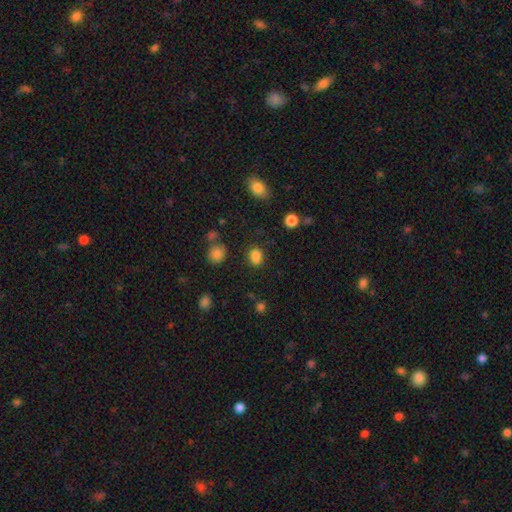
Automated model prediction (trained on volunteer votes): Smooth or featured? Predicted: smooth (p=0.79). How rounded? Predicted: in between (p=0.52). Merging? Predicted: none (p=0.62).